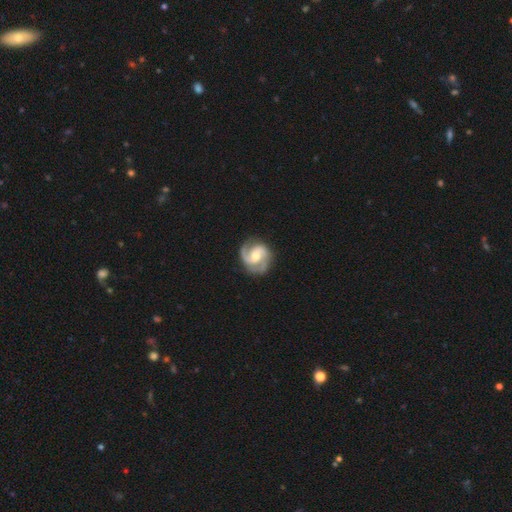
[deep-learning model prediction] This appears to be a featured or disk galaxy (89%) with no bar (46%), 2 (81%) medium (52%) spiral arms (98%) and a moderate central bulge (66%). Merging: none (81%).